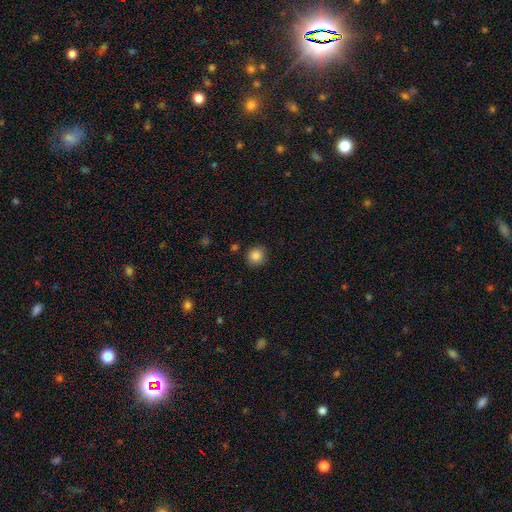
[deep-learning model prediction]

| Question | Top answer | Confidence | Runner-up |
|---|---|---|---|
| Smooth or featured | smooth | 86% | star or artifact (10%) |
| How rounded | round | 90% | in between (9%) |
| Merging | none | 87% | minor disturbance (9%) |